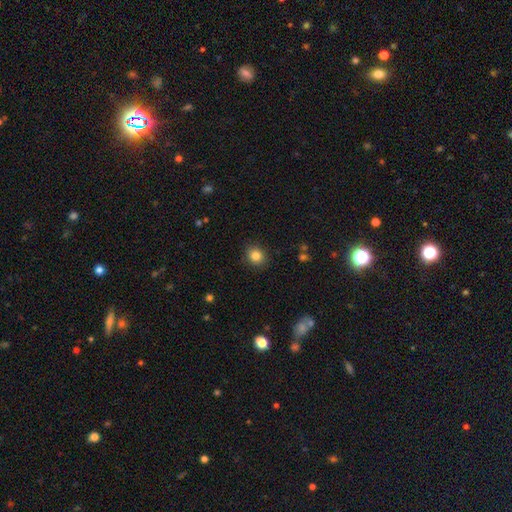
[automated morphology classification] type=smooth (84%); roundness=round (77%); merging=none (89%).